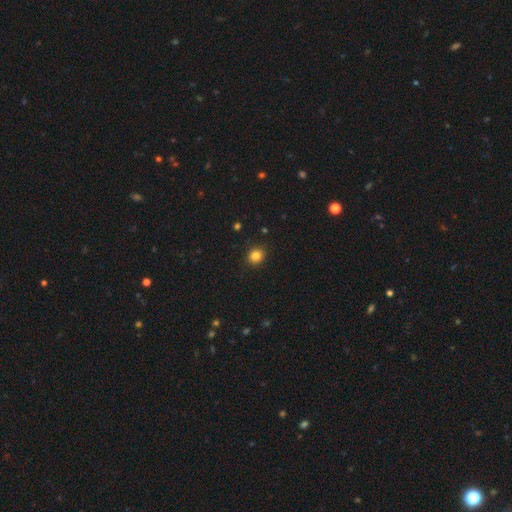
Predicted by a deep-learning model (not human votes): A smooth galaxy with no disk features (84%) that is round (80%).

Vote fractions:
- Smooth or featured? smooth: 84% / star or artifact: 11% / featured or disk: 5%
- How rounded? round: 80% / in between: 19% / cigar-shaped: 1%
- Merging? none: 91% / minor disturbance: 6% / major disturbance: 2% / merger: 1%